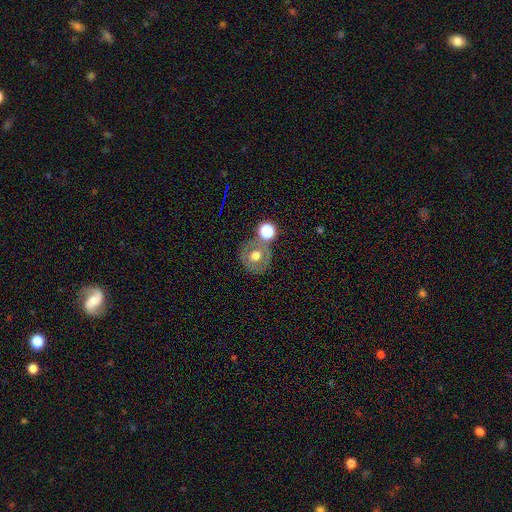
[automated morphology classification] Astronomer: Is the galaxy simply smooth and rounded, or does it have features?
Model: smooth — 49% (runner-up: featured or disk, 38%).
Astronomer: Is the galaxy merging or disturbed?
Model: none — 64%.